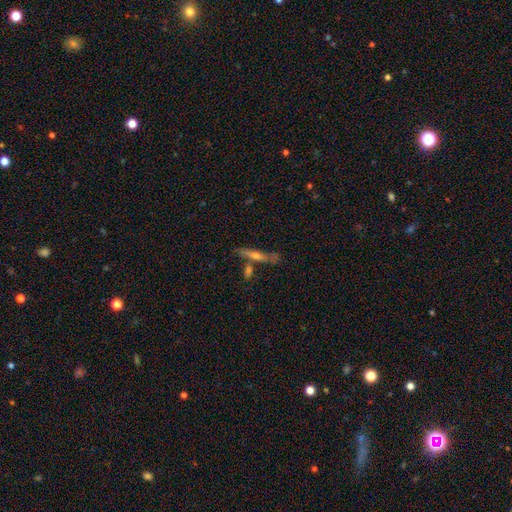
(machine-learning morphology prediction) A featured or disk galaxy (56%) viewed edge-on (91%) with a rounded central bulge (81%).

Vote fractions:
- Smooth or featured? featured or disk: 56% / smooth: 36% / star or artifact: 8%
- Edge-on disk? yes: 91% / no: 9%
- Edge-on bulge? rounded: 81% / none: 14% / boxy: 5%
- Merging? none: 67% / merger: 16% / minor disturbance: 13% / major disturbance: 4%